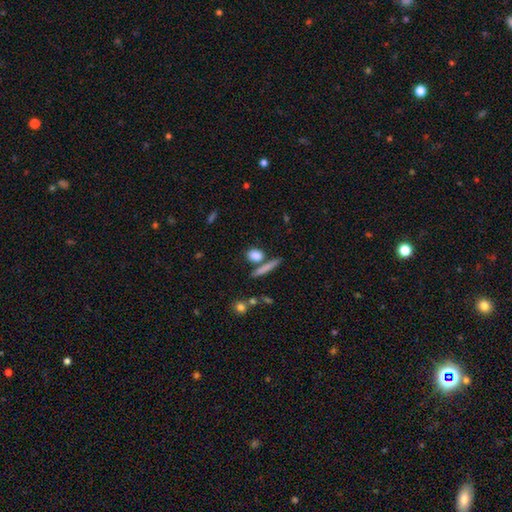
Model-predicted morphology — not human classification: smooth_or_featured: smooth (p=0.82) [alt: featured or disk p=0.10]
how_rounded: in between (p=0.45) [alt: round p=0.32]
merging: none (p=0.67) [alt: merger p=0.18]